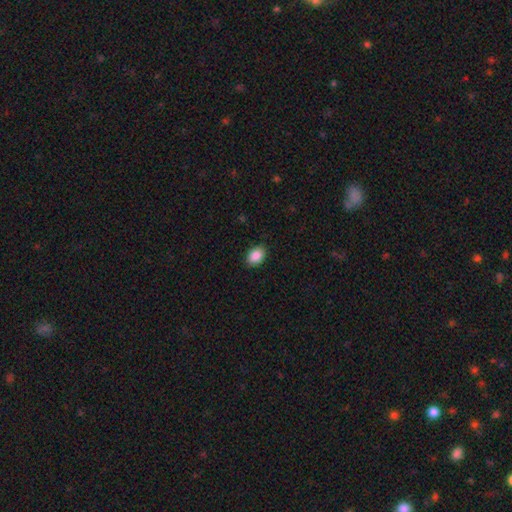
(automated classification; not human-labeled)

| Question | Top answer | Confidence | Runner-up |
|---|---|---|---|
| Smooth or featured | smooth | 89% | star or artifact (8%) |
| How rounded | in between | 82% | round (16%) |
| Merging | none | 88% | minor disturbance (9%) |